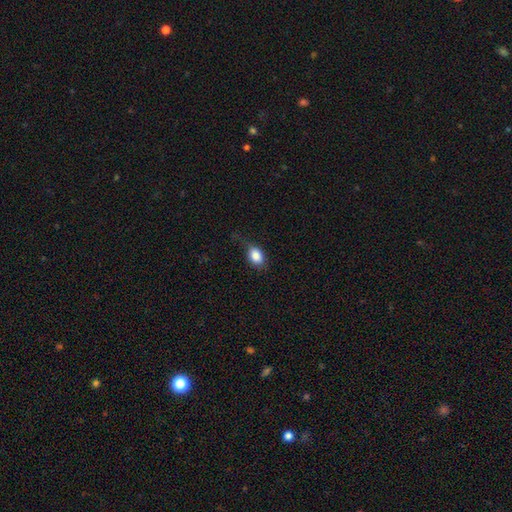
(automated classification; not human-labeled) Q: Smooth or featured?
A: smooth (85%); runner-up: star or artifact (8%)
Q: How rounded?
A: in between (74%); runner-up: round (25%)
Q: Merging?
A: none (61%); runner-up: minor disturbance (27%)